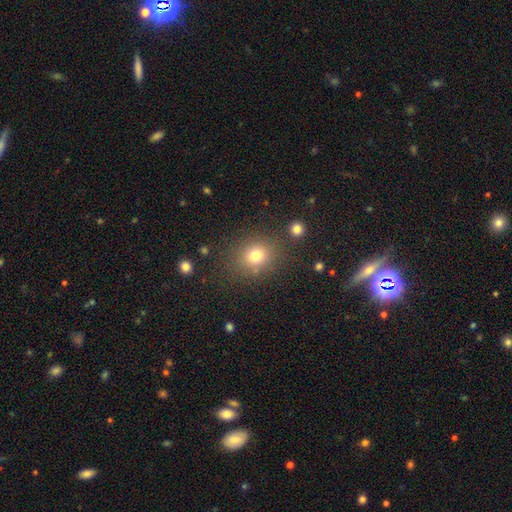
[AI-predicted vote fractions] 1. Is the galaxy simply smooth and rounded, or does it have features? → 76% smooth, 15% star or artifact, 9% featured or disk.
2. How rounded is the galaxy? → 72% round, 27% in between, 1% cigar-shaped.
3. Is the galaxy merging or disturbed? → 81% none, 10% minor disturbance, 5% major disturbance, 4% merger.